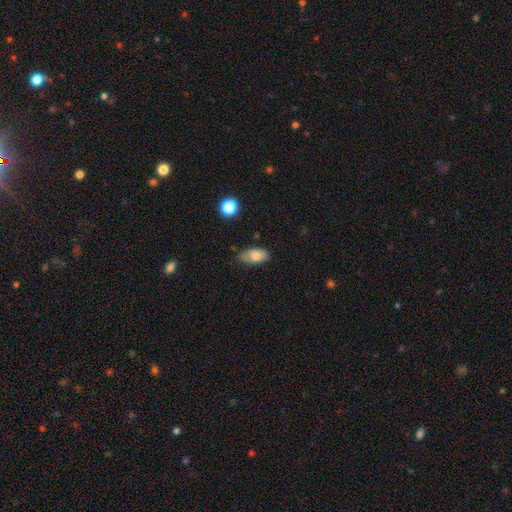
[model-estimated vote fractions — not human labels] smooth 77%, featured or disk 15%, star or artifact 8%. Down the decision tree: how rounded — in between (89%); merging — none (58%).